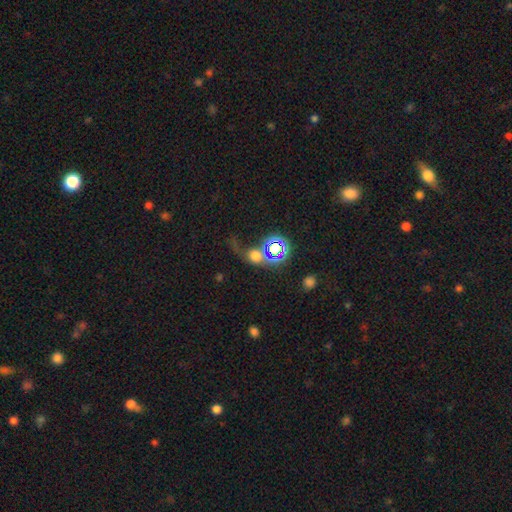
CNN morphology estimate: Q: Smooth or featured?
A: smooth (48%); runner-up: star or artifact (35%)
Q: Merging?
A: none (38%); runner-up: major disturbance (26%)